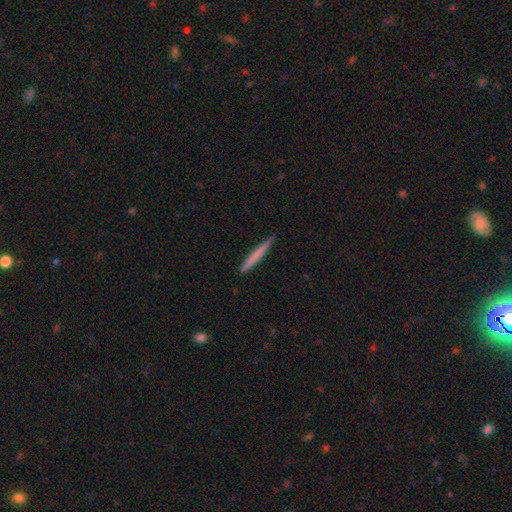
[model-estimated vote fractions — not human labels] A smooth galaxy with no disk features (68%) that is cigar-shaped (97%).

Vote fractions:
- Smooth or featured? smooth: 68% / featured or disk: 26% / star or artifact: 5%
- How rounded? cigar-shaped: 97% / in between: 2% / round: 1%
- Merging? none: 91% / minor disturbance: 7% / major disturbance: 1% / merger: 1%